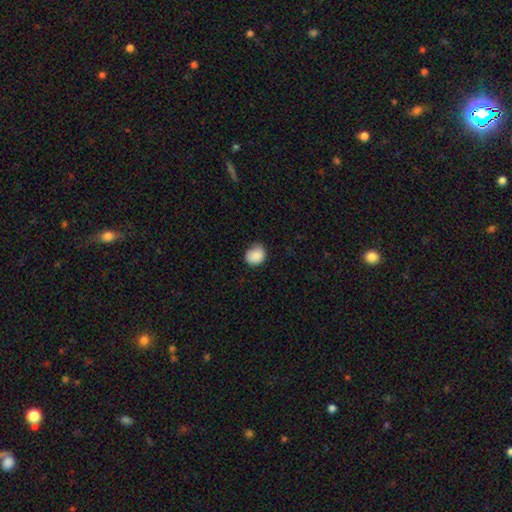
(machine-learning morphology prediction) Overall: smooth (87%). How rounded: round (73%). Merging: none (68%).